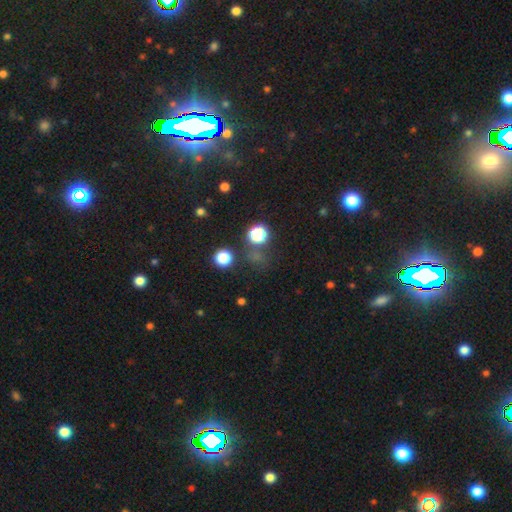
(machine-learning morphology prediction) smooth 50%, star or artifact 44%, featured or disk 6%. Down the decision tree: how rounded — round (86%); merging — none (73%).